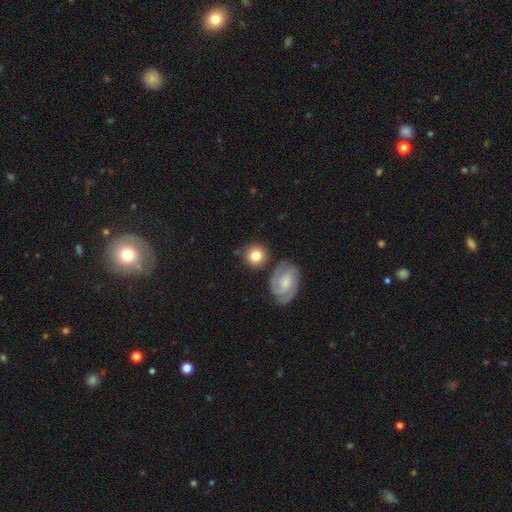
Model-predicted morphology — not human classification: Smooth or featured?
  - smooth: 74% *
  - featured or disk: 19%
  - star or artifact: 7%
How rounded?
  - round: 88% *
  - in between: 11%
  - cigar-shaped: 1%
Merging?
  - none: 76% *
  - minor disturbance: 11%
  - merger: 10%
  - major disturbance: 4%